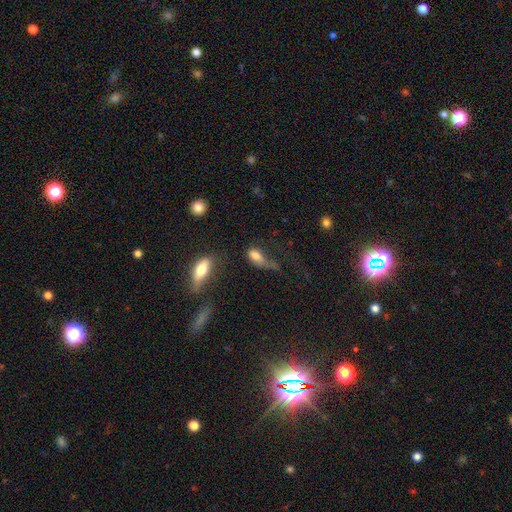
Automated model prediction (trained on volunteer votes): smooth-or-featured: smooth: 71% | featured or disk: 19% | star or artifact: 10%
  how-rounded: in between: 78% | cigar-shaped: 13% | round: 9%
  merging: major disturbance: 47% | minor disturbance: 22% | none: 21% | merger: 10%